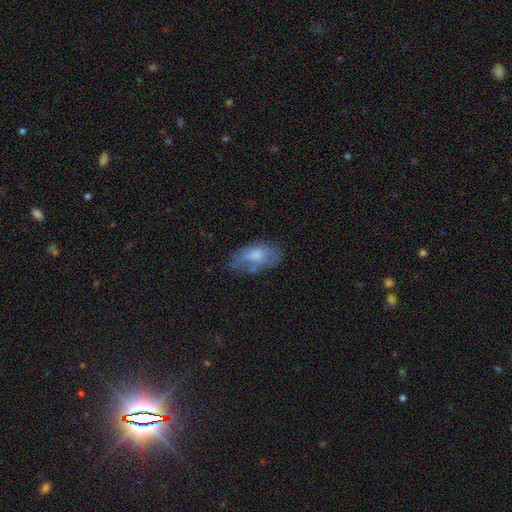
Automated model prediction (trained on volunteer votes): smooth-or-featured: smooth: 65% | featured or disk: 28% | star or artifact: 8%
  how-rounded: in between: 92% | round: 4% | cigar-shaped: 4%
  merging: none: 49% | minor disturbance: 31% | major disturbance: 15% | merger: 4%